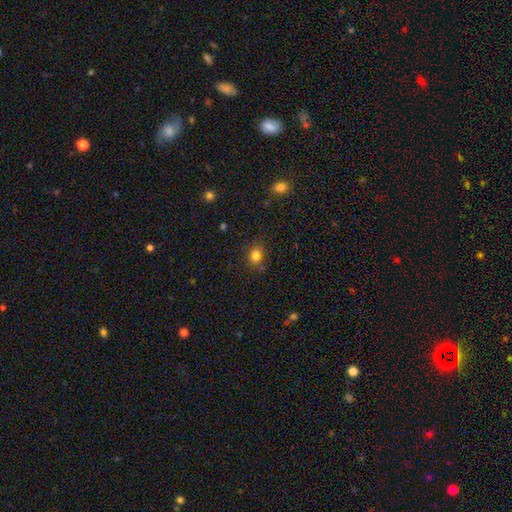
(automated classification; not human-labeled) Q: Smooth or featured?
A: smooth (83%); runner-up: star or artifact (12%)
Q: How rounded?
A: round (66%); runner-up: in between (34%)
Q: Merging?
A: none (81%); runner-up: minor disturbance (12%)